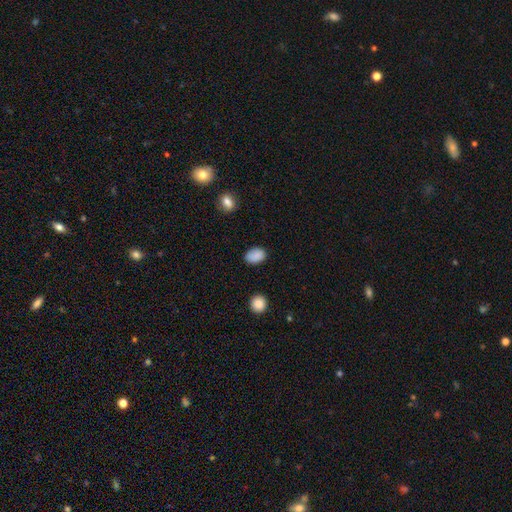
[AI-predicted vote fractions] smooth 88%, star or artifact 8%, featured or disk 4%. Down the decision tree: how rounded — in between (83%); merging — none (84%).